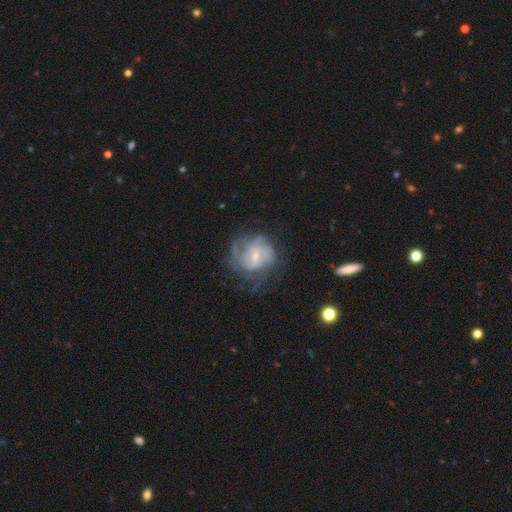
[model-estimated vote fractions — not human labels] A featured or disk galaxy (76%) with no bar (49%), tight (45%) spiral arms (83%) and a small central bulge (64%).

Vote fractions:
- Smooth or featured? featured or disk: 76% / smooth: 16% / star or artifact: 8%
- Edge-on disk? no: 98% / yes: 2%
- Bar? no: 49% / weak: 43% / strong: 8%
- Spiral arms? yes: 83% / no: 17%
- Spiral winding? tight: 45% / medium: 40% / loose: 16%
- Spiral arm count? can't tell: 46% / 3: 16% / 2: 15% / 4: 13% / more than 4: 5% / 1: 5%
- Bulge size? small: 64% / moderate: 27% / none: 5% / large: 2% / dominant: 1%
- Merging? none: 54% / major disturbance: 22% / minor disturbance: 21% / merger: 2%